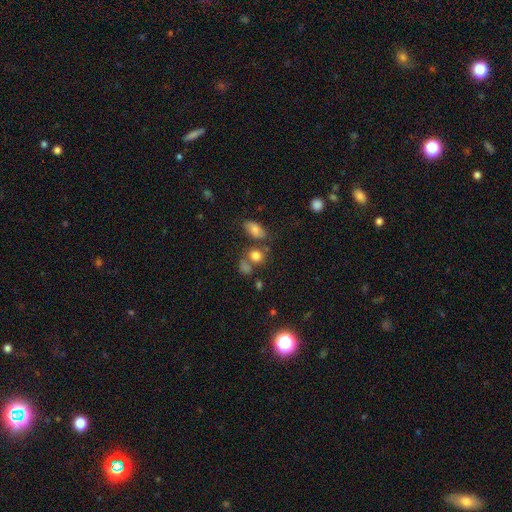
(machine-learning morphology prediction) Smooth or featured? smooth (78%)
How rounded? round (57%)
Merging? none (57%)